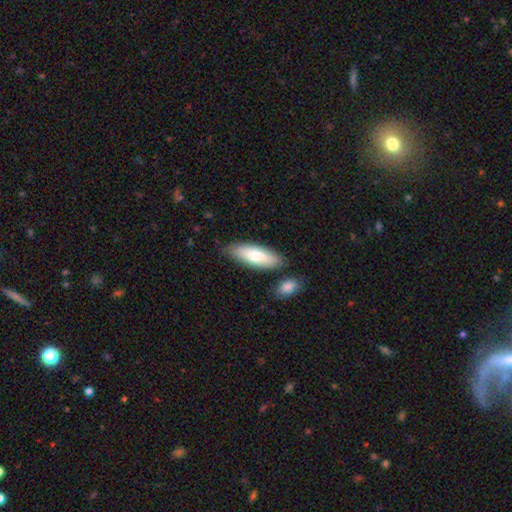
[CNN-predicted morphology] This is likely a smooth galaxy (78%). How rounded: possibly in between (58%). Merging: likely none (76%).